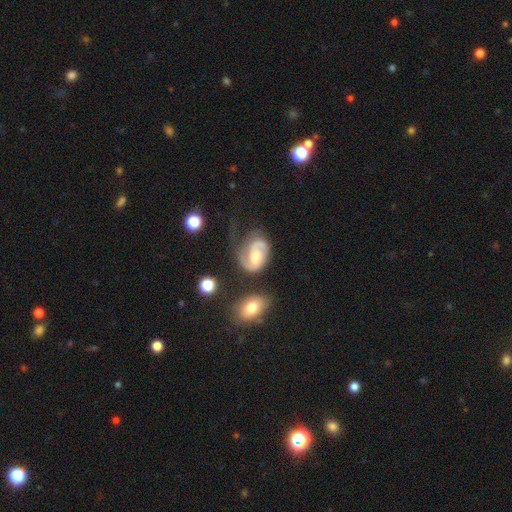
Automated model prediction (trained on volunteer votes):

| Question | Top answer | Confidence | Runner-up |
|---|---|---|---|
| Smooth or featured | featured or disk | 75% | smooth (18%) |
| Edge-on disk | no | 98% | yes (2%) |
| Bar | no | 54% | weak (38%) |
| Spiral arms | yes | 93% | no (7%) |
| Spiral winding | medium | 47% | tight (30%) |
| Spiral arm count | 2 | 72% | 1 (16%) |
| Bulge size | moderate | 47% | small (34%) |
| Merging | none | 45% | minor disturbance (25%) |